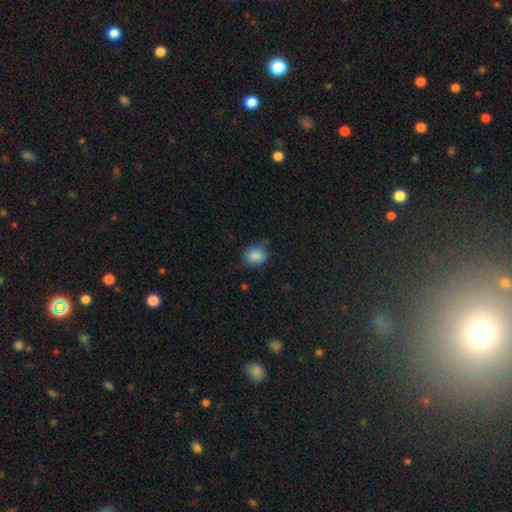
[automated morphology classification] smooth_or_featured: smooth (p=0.86) [alt: star or artifact p=0.09]
how_rounded: round (p=0.52) [alt: in between p=0.47]
merging: none (p=0.71) [alt: minor disturbance p=0.23]